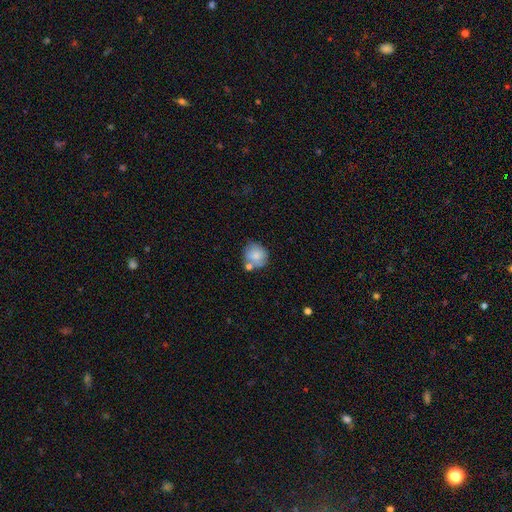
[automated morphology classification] Smooth or featured? smooth (78%)
How rounded? round (80%)
Merging? none (58%)